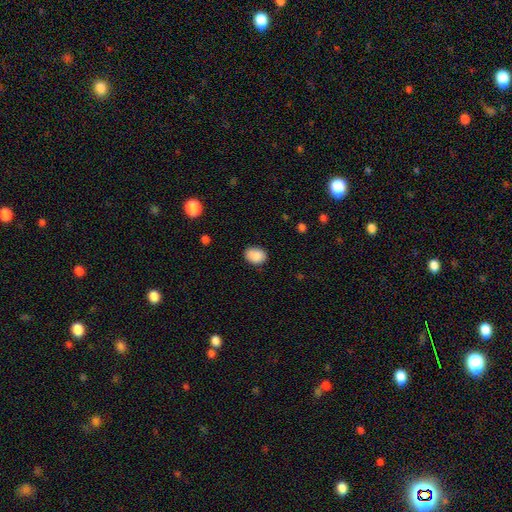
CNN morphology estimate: Smooth or featured?
  - smooth: 88% *
  - star or artifact: 8%
  - featured or disk: 5%
How rounded?
  - in between: 67% *
  - round: 32%
  - cigar-shaped: 1%
Merging?
  - none: 83% *
  - minor disturbance: 14%
  - major disturbance: 3%
  - merger: 1%